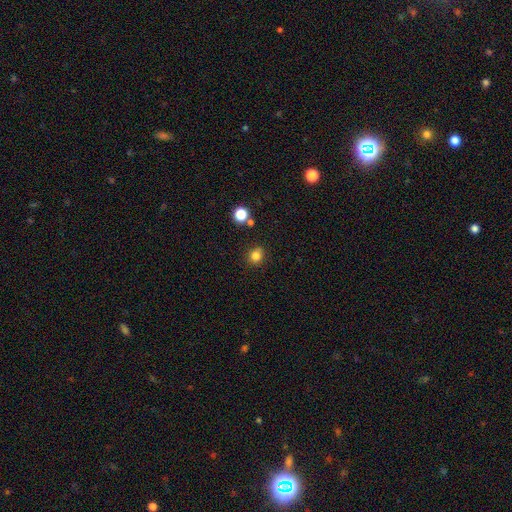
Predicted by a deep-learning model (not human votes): This is clearly a smooth galaxy (81%). How rounded: clearly round (81%). Merging: clearly none (84%).